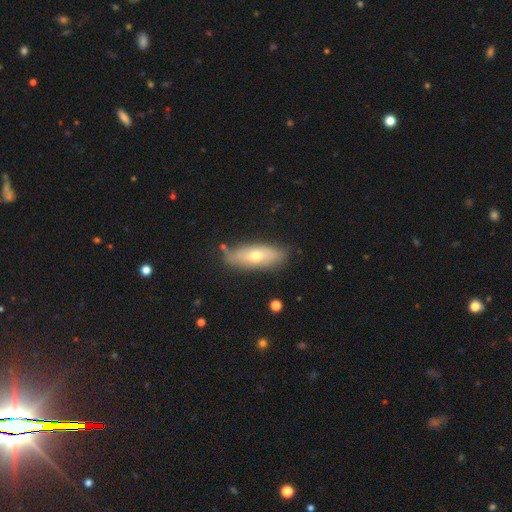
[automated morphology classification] smooth-or-featured: smooth: 54% | featured or disk: 39% | star or artifact: 7%
  how-rounded: in between: 66% | cigar-shaped: 31% | round: 3%
  merging: none: 79% | minor disturbance: 15% | major disturbance: 3% | merger: 3%